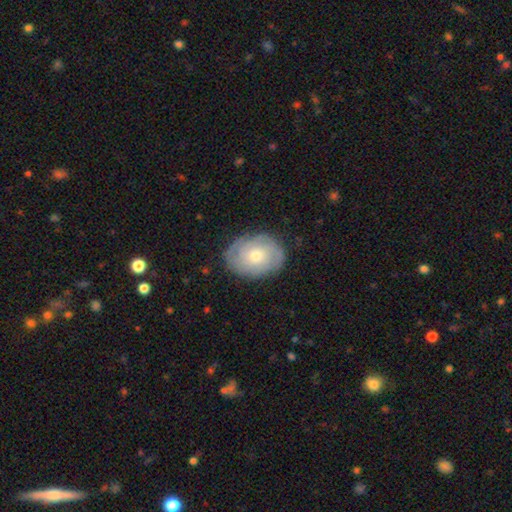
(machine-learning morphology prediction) type=featured or disk (59%); edge-on=no (96%); bar=no (83%); spiral arms=yes (80%); bulge=moderate (52%); merging=none (78%).